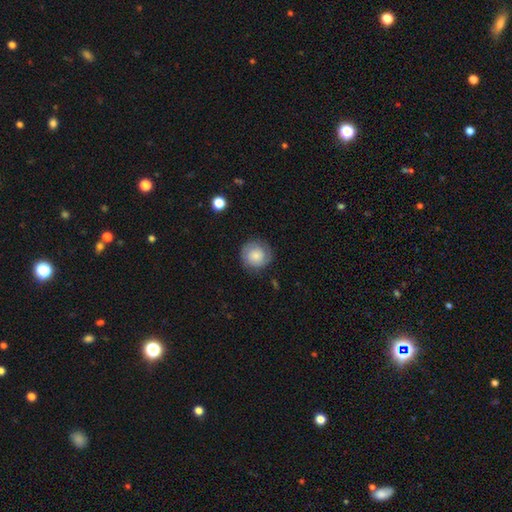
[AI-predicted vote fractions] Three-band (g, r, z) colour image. It shows a smooth galaxy with no disk features (69%) that is round (93%). Merging: none (81%).